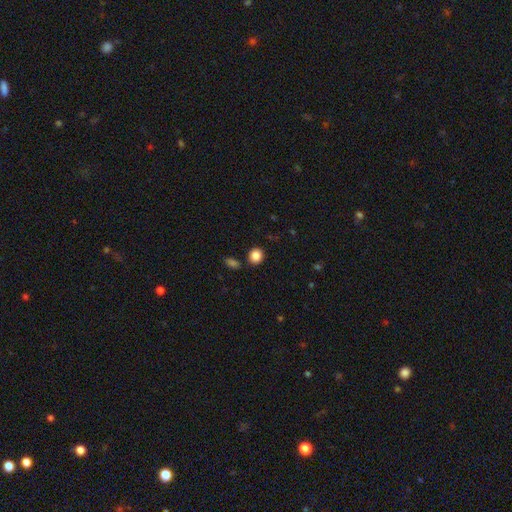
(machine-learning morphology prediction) smooth_or_featured: smooth (p=0.86) [alt: star or artifact p=0.10]
how_rounded: round (p=0.81) [alt: in between p=0.18]
merging: none (p=0.84) [alt: minor disturbance p=0.08]